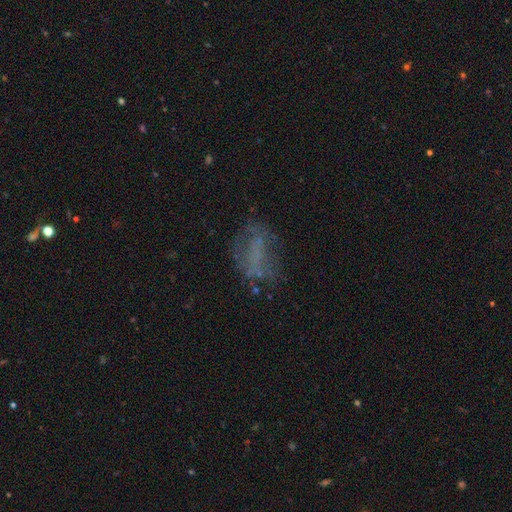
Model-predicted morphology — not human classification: smooth_or_featured: featured or disk (p=0.43) [alt: smooth p=0.37]
merging: none (p=0.51) [alt: major disturbance p=0.25]